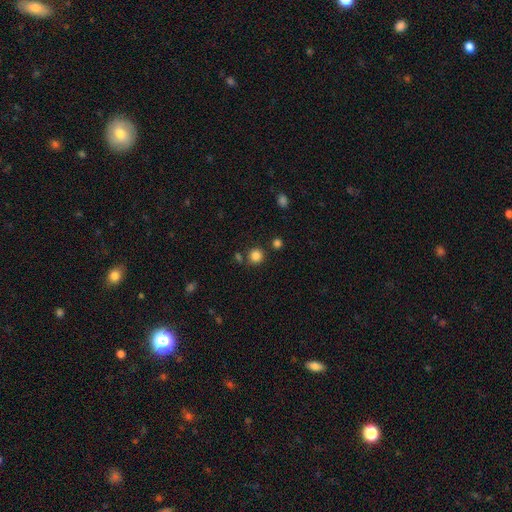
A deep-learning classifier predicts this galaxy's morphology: Smooth or featured?
  - smooth: 84% *
  - star or artifact: 12%
  - featured or disk: 4%
How rounded?
  - round: 92% *
  - in between: 7%
  - cigar-shaped: 1%
Merging?
  - none: 80% *
  - merger: 8%
  - minor disturbance: 8%
  - major disturbance: 3%